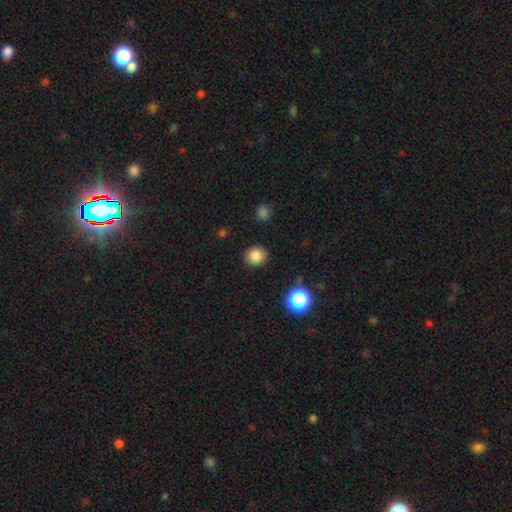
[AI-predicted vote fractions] Q: Smooth or featured?
A: smooth (84%); runner-up: star or artifact (11%)
Q: How rounded?
A: round (89%); runner-up: in between (10%)
Q: Merging?
A: none (91%); runner-up: minor disturbance (6%)